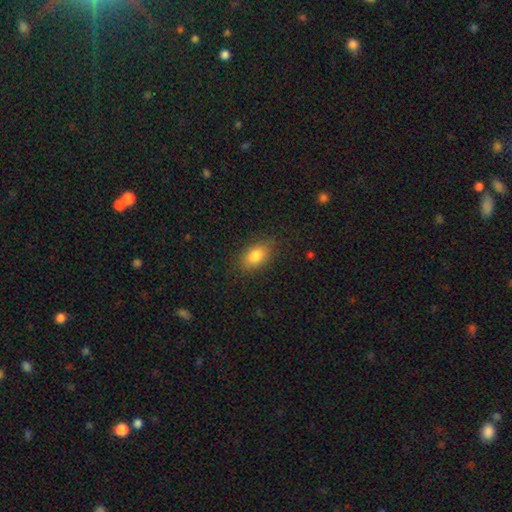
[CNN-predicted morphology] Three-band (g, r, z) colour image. It shows a smooth galaxy with no disk features (82%) that is in between round and cigar-shaped (86%). Merging: none (83%).